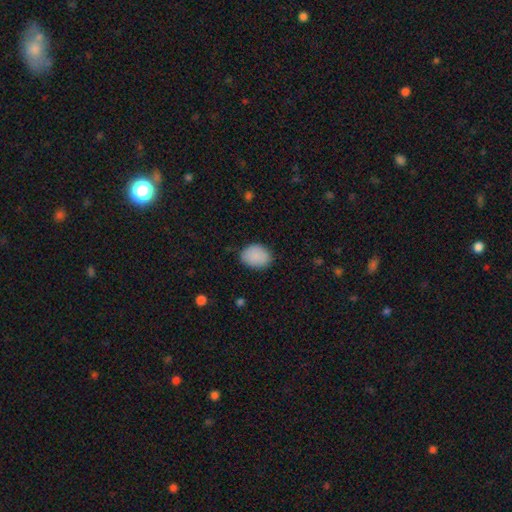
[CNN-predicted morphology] Smooth or featured?
  - smooth: 88% *
  - star or artifact: 7%
  - featured or disk: 4%
How rounded?
  - in between: 70% *
  - round: 29%
  - cigar-shaped: 1%
Merging?
  - none: 80% *
  - minor disturbance: 16%
  - major disturbance: 3%
  - merger: 1%